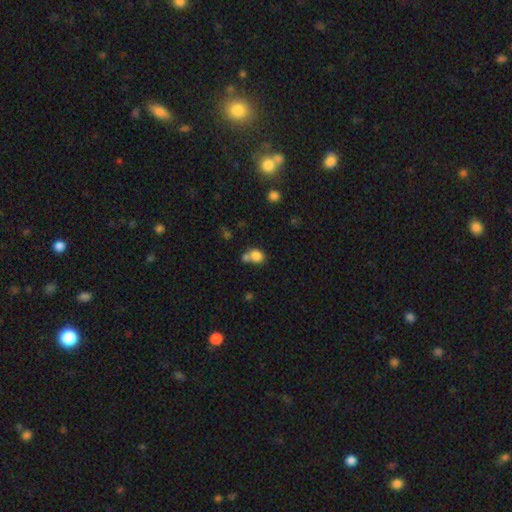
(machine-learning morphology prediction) type=smooth (81%); roundness=round (56%); merging=merger (45%).